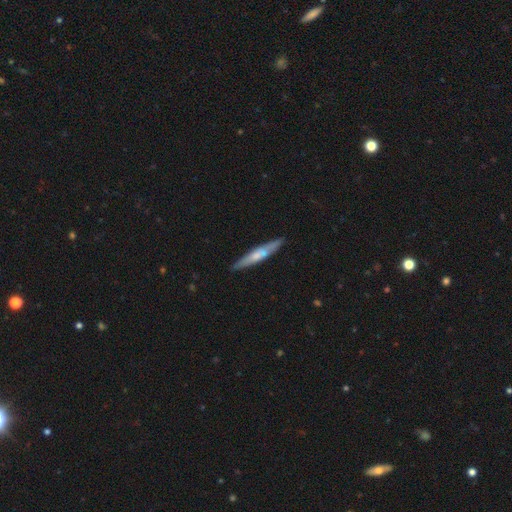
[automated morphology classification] Smooth or featured? Predicted: featured or disk (p=0.48). Merging? Predicted: none (p=0.86).